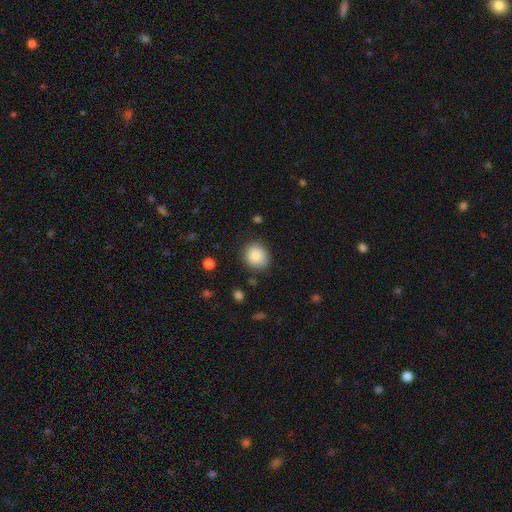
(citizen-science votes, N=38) A smooth galaxy with no disk features (95%) that is round (92%).

Vote fractions:
- Smooth or featured? smooth: 95% / star or artifact: 5% / featured or disk: 0%
- How rounded? round: 92% / in between: 8% / cigar-shaped: 0%
- Merging? none: 81% / minor disturbance: 17% / major disturbance: 3% / merger: 0%